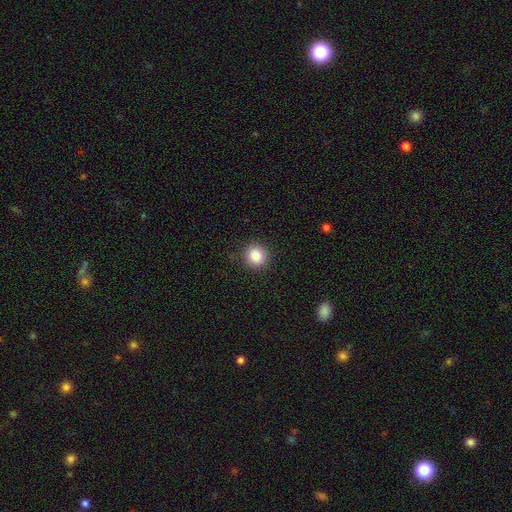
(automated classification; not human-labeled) smooth_or_featured: smooth (p=0.86) [alt: star or artifact p=0.10]
how_rounded: round (p=0.91) [alt: in between p=0.08]
merging: none (p=0.91) [alt: minor disturbance p=0.06]